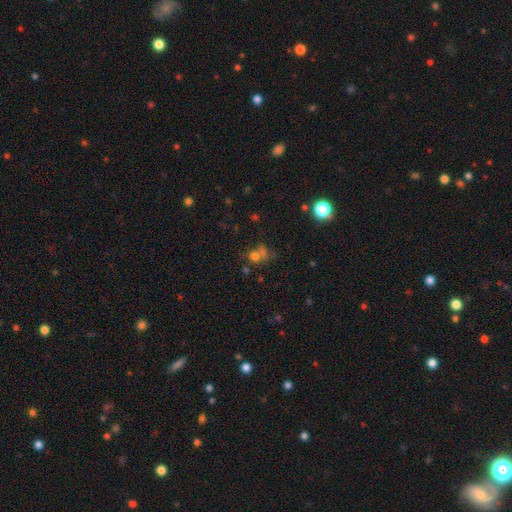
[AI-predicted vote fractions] This is possibly a smooth galaxy (60%). How rounded: likely round (70%). Merging: marginally none (41%).